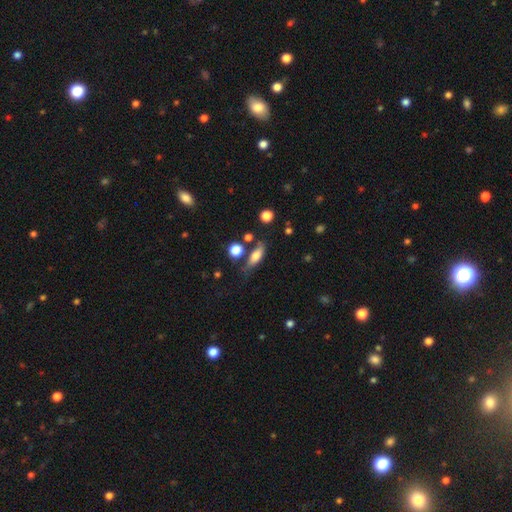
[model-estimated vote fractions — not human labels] Smooth or featured? Predicted: smooth (p=0.66). How rounded? Predicted: in between (p=0.59). Merging? Predicted: none (p=0.61).